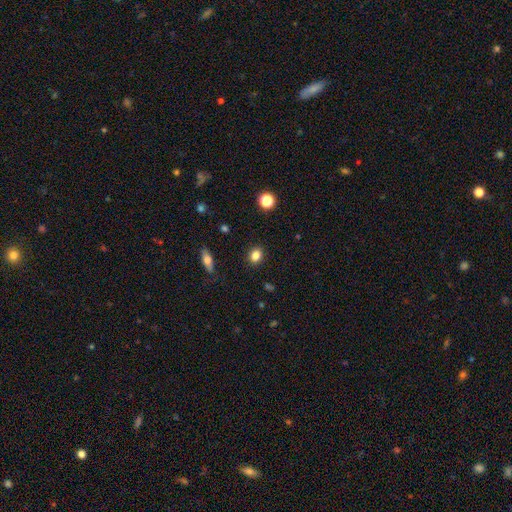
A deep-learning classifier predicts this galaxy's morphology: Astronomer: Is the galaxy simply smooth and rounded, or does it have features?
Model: smooth — 83%.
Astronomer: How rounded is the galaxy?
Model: round — 56% (runner-up: in between, 43%).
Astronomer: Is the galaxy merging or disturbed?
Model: none — 89%.